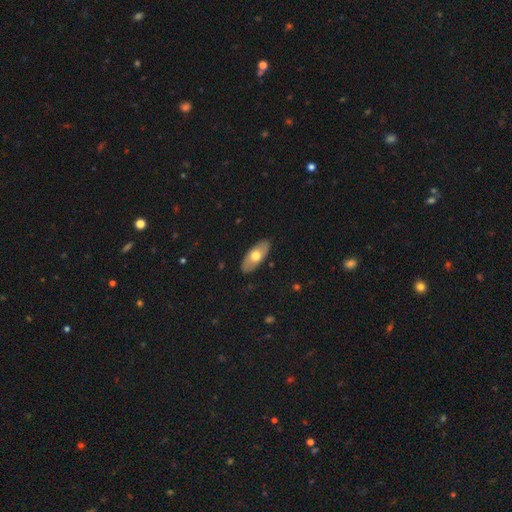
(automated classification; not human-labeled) Q: Smooth or featured?
A: smooth (60%); runner-up: featured or disk (35%)
Q: How rounded?
A: in between (88%); runner-up: cigar-shaped (9%)
Q: Merging?
A: none (88%); runner-up: minor disturbance (9%)